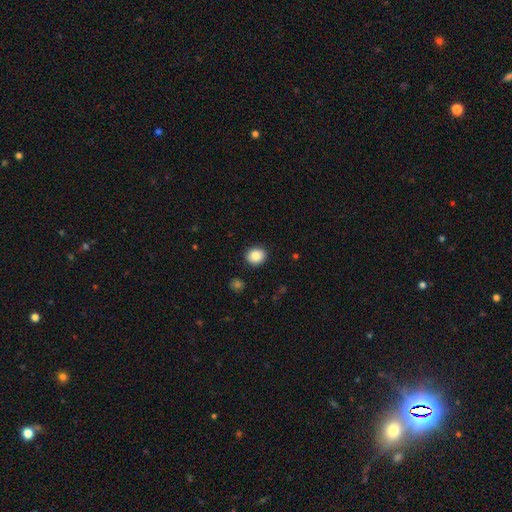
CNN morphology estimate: This appears to be a smooth galaxy with no disk features (85%) that is round (70%). Merging: none (90%).